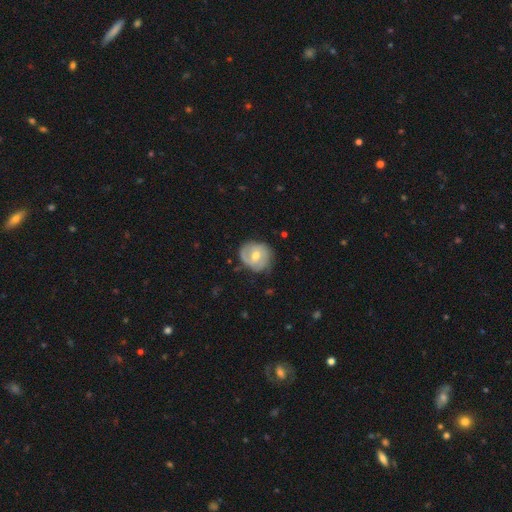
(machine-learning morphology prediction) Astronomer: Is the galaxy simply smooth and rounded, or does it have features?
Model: featured or disk — 60%.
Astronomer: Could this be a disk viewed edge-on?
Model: no — 97%.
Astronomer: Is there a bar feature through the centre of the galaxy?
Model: no — 54% (runner-up: weak, 37%).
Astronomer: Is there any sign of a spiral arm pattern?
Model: yes — 72%.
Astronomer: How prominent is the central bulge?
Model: moderate — 72%.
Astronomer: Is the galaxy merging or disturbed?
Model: none — 69%.